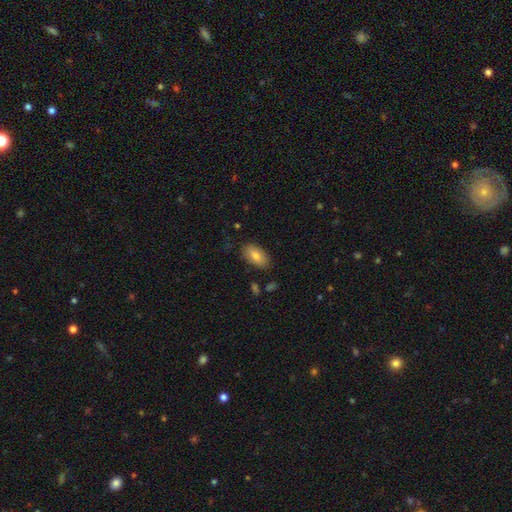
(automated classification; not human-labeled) Q: Smooth or featured?
A: smooth (78%); runner-up: featured or disk (15%)
Q: How rounded?
A: in between (93%); runner-up: round (4%)
Q: Merging?
A: none (83%); runner-up: minor disturbance (13%)